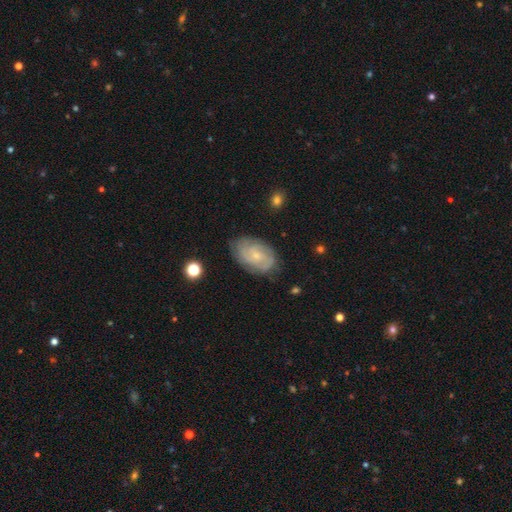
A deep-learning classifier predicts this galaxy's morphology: Smooth or featured? featured or disk (71%)
Edge-on disk? no (96%)
Bar? no (70%)
Spiral arms? yes (91%)
Spiral winding? tight (61%)
Spiral arm count? can't tell (36%)
Bulge size? small (74%)
Merging? none (76%)